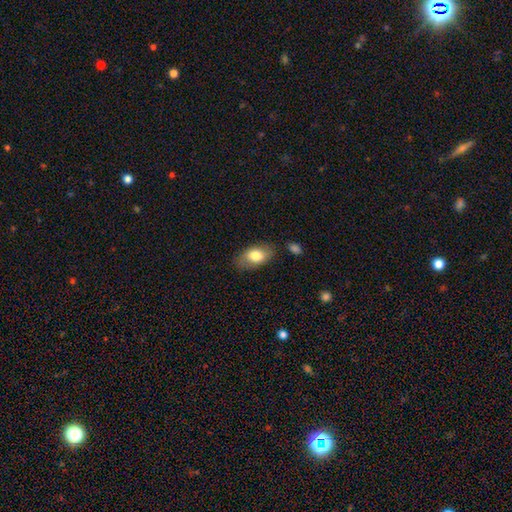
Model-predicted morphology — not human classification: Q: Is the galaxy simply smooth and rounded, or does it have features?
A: smooth — 77%.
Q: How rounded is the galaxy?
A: in between — 90%.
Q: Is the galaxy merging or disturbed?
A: none — 78%.